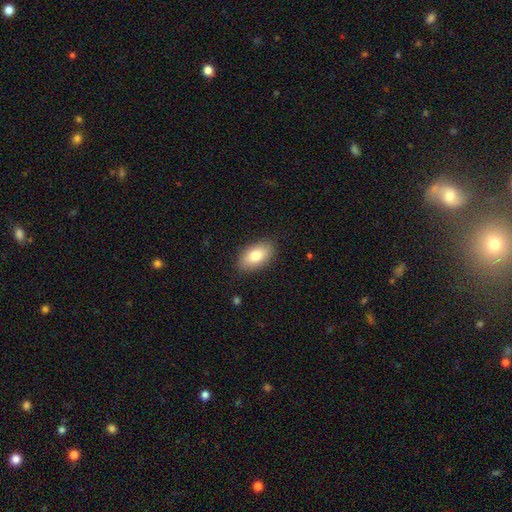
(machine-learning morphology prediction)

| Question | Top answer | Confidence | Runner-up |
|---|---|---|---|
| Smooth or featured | smooth | 82% | featured or disk (12%) |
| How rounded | in between | 93% | round (4%) |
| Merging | none | 87% | minor disturbance (10%) |